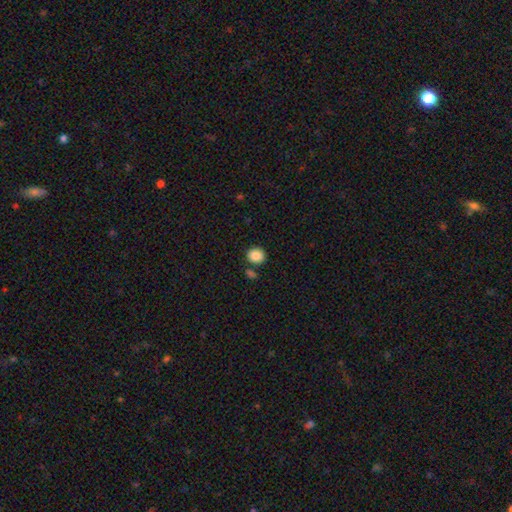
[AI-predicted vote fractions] smooth-or-featured: smooth: 87% | star or artifact: 9% | featured or disk: 4%
  how-rounded: round: 71% | in between: 28% | cigar-shaped: 1%
  merging: none: 80% | minor disturbance: 9% | merger: 8% | major disturbance: 3%